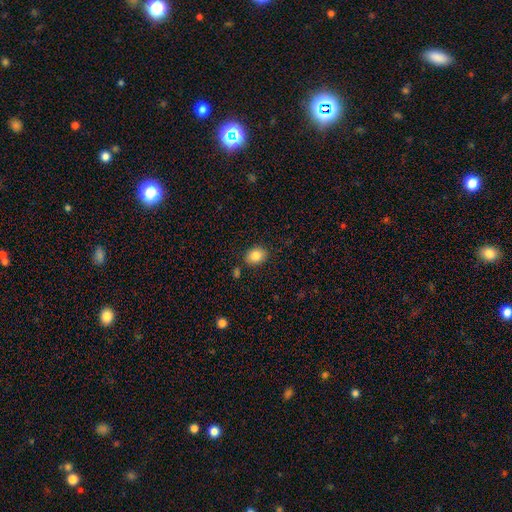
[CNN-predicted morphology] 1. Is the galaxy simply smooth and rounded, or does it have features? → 85% smooth, 9% star or artifact, 6% featured or disk.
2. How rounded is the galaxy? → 53% in between, 46% round, 1% cigar-shaped.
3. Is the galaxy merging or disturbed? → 84% none, 11% minor disturbance, 3% merger, 3% major disturbance.